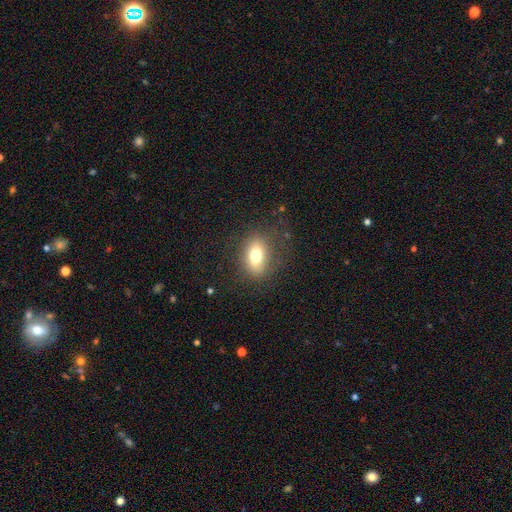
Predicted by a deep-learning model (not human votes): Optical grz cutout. It shows a smooth galaxy with no disk features (74%) that is in between round and cigar-shaped (78%). Merging: none (80%).